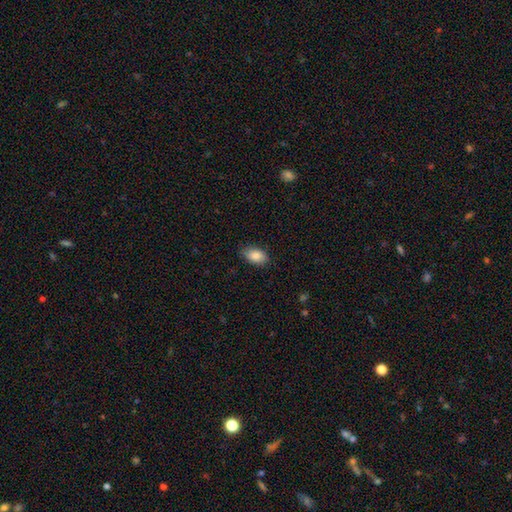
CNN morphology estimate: A smooth galaxy with no disk features (85%) that is in between round and cigar-shaped (92%).

Vote fractions:
- Smooth or featured? smooth: 85% / featured or disk: 8% / star or artifact: 7%
- How rounded? in between: 92% / round: 6% / cigar-shaped: 2%
- Merging? none: 83% / minor disturbance: 13% / major disturbance: 3% / merger: 1%